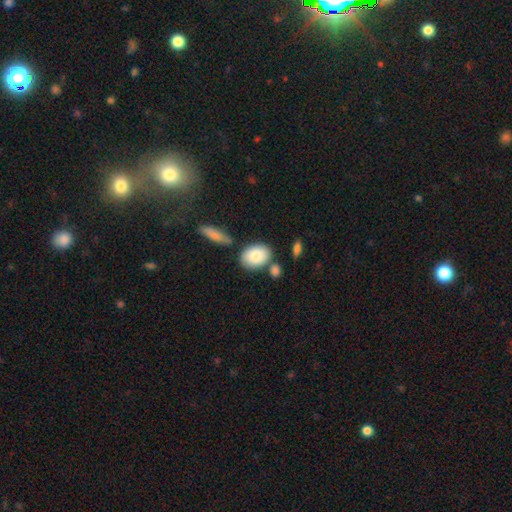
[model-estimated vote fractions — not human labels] Smooth or featured?
  - smooth: 81% *
  - featured or disk: 13%
  - star or artifact: 6%
How rounded?
  - in between: 80% *
  - round: 18%
  - cigar-shaped: 2%
Merging?
  - none: 69% *
  - merger: 14%
  - minor disturbance: 13%
  - major disturbance: 4%